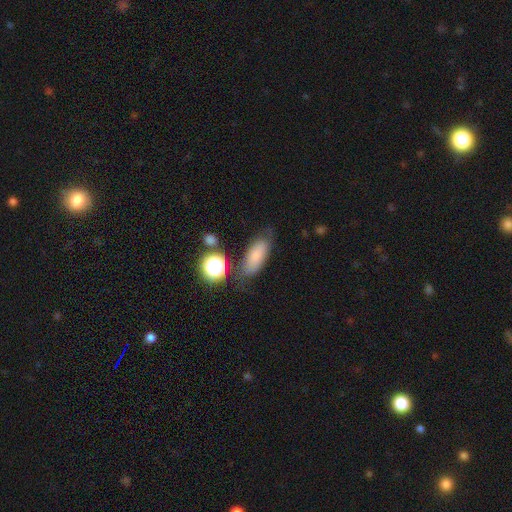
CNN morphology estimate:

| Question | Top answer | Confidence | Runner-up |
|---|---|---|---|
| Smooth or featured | smooth | 76% | featured or disk (12%) |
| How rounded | in between | 76% | cigar-shaped (18%) |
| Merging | none | 69% | minor disturbance (19%) |